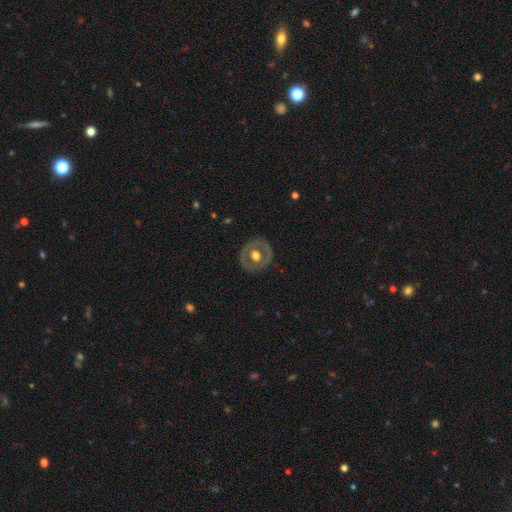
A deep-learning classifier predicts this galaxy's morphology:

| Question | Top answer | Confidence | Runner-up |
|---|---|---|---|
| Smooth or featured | featured or disk | 57% | smooth (37%) |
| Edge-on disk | no | 95% | yes (5%) |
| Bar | no | 80% | weak (15%) |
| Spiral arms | no | 89% | yes (11%) |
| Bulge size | moderate | 62% | large (31%) |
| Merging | none | 83% | minor disturbance (11%) |